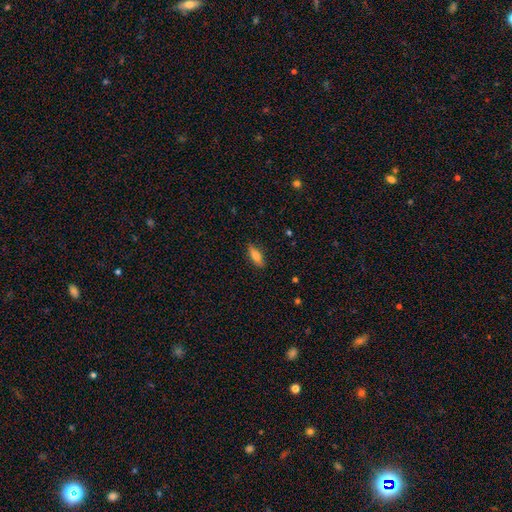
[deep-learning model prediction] smooth_or_featured: smooth (p=0.75) [alt: featured or disk p=0.17]
how_rounded: in between (p=0.67) [alt: cigar-shaped p=0.30]
merging: none (p=0.86) [alt: minor disturbance p=0.11]